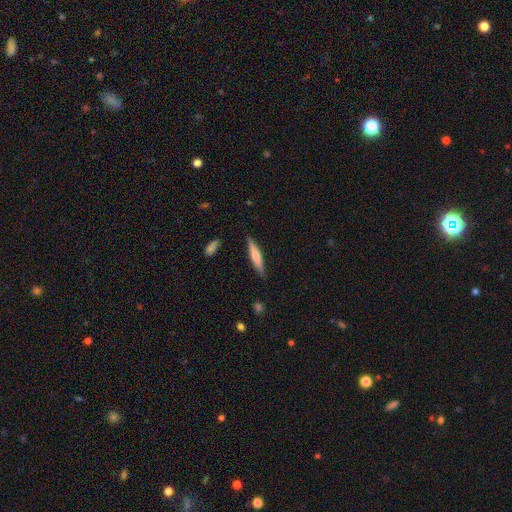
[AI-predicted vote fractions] Smooth or featured: smooth — 58% (featured or disk — 36%)
How rounded: cigar-shaped — 88% (in between — 11%)
Merging: none — 87% (minor disturbance — 10%)